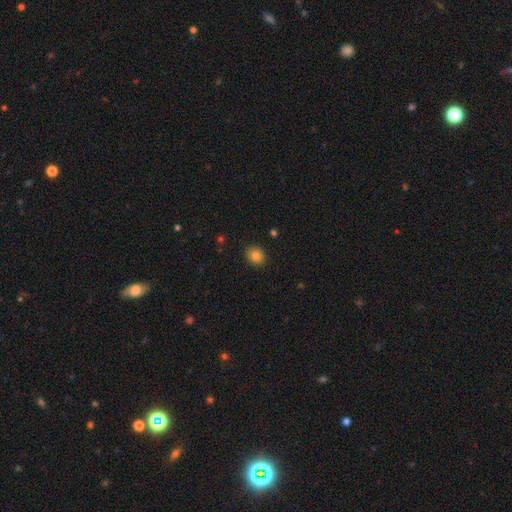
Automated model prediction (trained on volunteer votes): smooth-or-featured: smooth: 84% | star or artifact: 10% | featured or disk: 6%
  how-rounded: round: 65% | in between: 34% | cigar-shaped: 1%
  merging: none: 90% | minor disturbance: 7% | major disturbance: 2% | merger: 1%